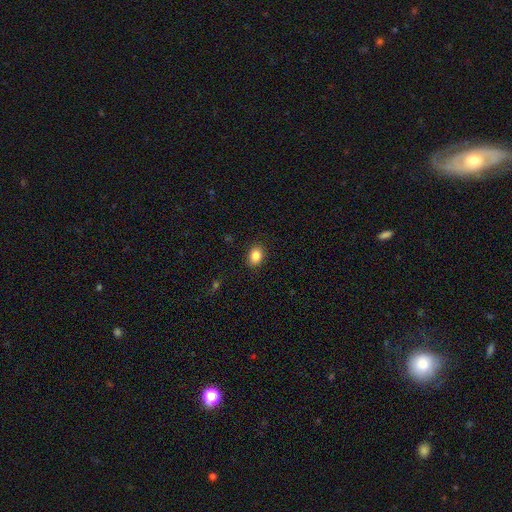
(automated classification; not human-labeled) This appears to be a smooth galaxy with no disk features (86%) that is in between round and cigar-shaped (62%). Merging: none (89%).